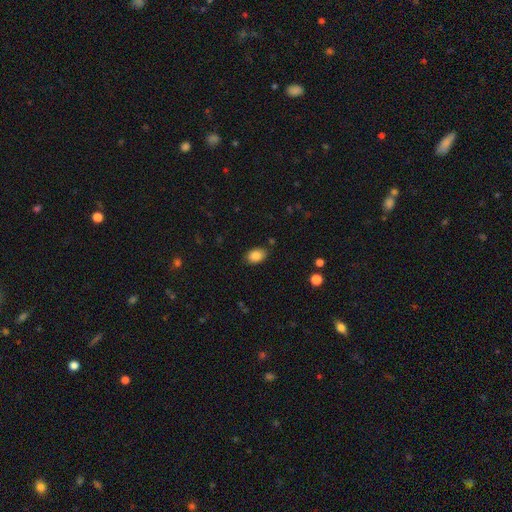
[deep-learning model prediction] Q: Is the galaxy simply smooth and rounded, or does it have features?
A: smooth — 86%.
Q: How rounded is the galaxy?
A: in between — 81%.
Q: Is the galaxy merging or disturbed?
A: none — 84%.